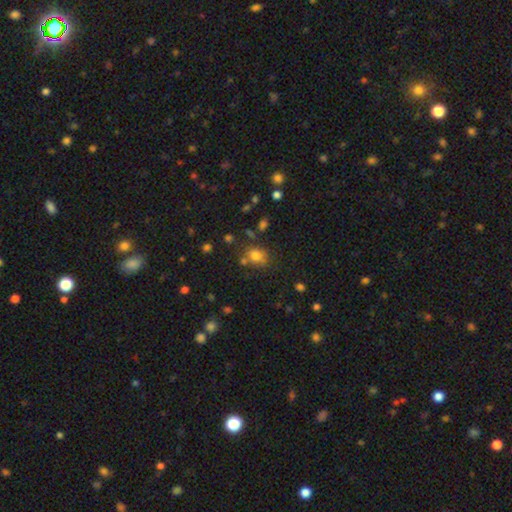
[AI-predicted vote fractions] A smooth galaxy with no disk features (76%) that is round (62%).

Vote fractions:
- Smooth or featured? smooth: 76% / star or artifact: 15% / featured or disk: 9%
- How rounded? round: 62% / in between: 37% / cigar-shaped: 1%
- Merging? none: 65% / minor disturbance: 17% / merger: 13% / major disturbance: 6%